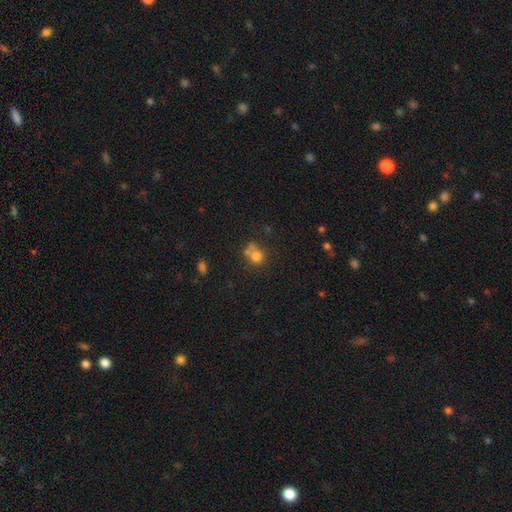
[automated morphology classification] Overall: smooth (74%). How rounded: round (79%). Merging: none (43%; merger 37%).